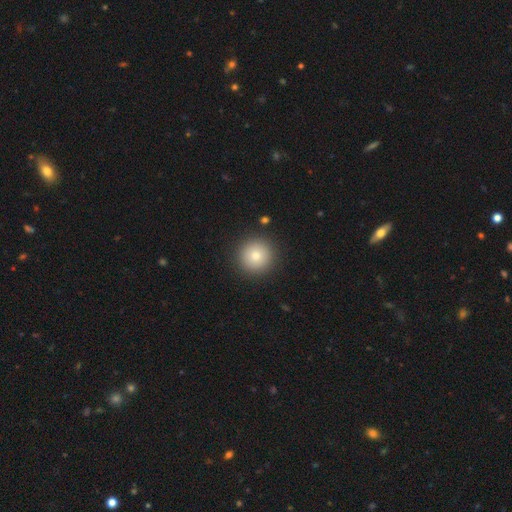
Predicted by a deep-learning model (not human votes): A smooth galaxy with no disk features (81%) that is round (96%). Merging: none (91%).